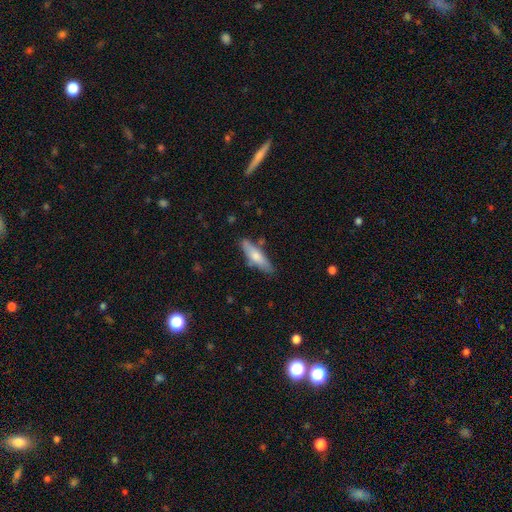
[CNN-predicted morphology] Smooth or featured? smooth (65%)
How rounded? cigar-shaped (63%)
Merging? none (76%)